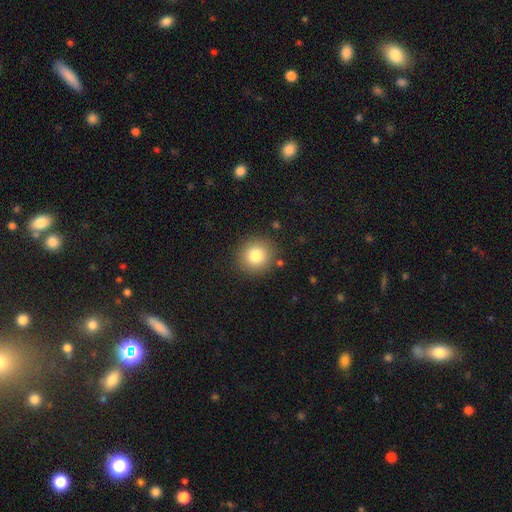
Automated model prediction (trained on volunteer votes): This is clearly a smooth galaxy (81%). How rounded: clearly round (91%). Merging: clearly none (88%).